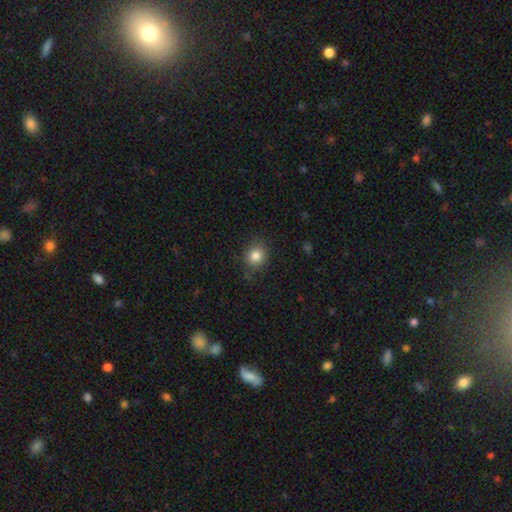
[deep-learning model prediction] A smooth galaxy with no disk features (84%) that is round (74%).

Vote fractions:
- Smooth or featured? smooth: 84% / star or artifact: 10% / featured or disk: 6%
- How rounded? round: 74% / in between: 25% / cigar-shaped: 1%
- Merging? none: 80% / minor disturbance: 15% / major disturbance: 4% / merger: 1%